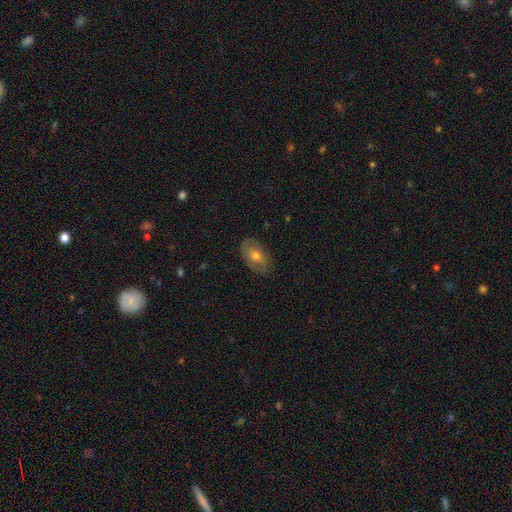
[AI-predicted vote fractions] Smooth or featured: smooth — 51% (featured or disk — 41%)
How rounded: in between — 88% (round — 10%)
Merging: none — 81% (minor disturbance — 14%)